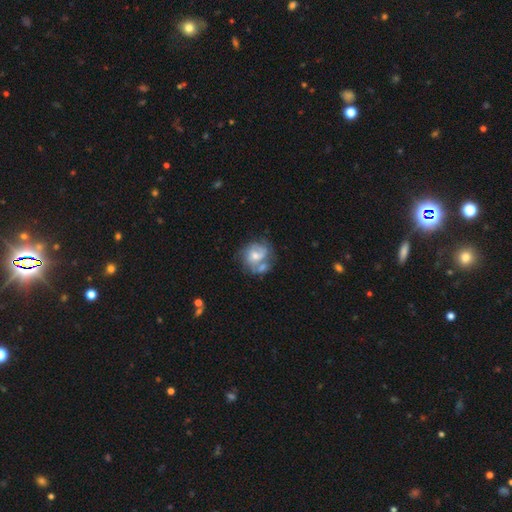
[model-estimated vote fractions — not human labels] smooth-or-featured: featured or disk: 56% | smooth: 36% | star or artifact: 8%
  disk-edge-on: no: 98% | yes: 2%
    bar: no: 70% | weak: 26% | strong: 4%
    has-spiral-arms: yes: 68% | no: 32%
    bulge-size: moderate: 57% | small: 31% | large: 7% | none: 4% | dominant: 1%
  merging: none: 37% | merger: 33% | minor disturbance: 18% | major disturbance: 11%